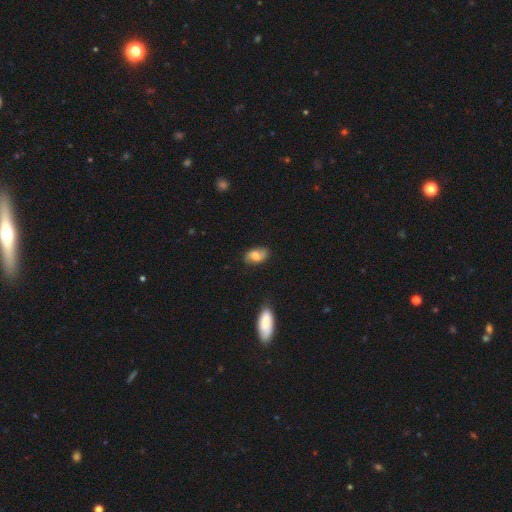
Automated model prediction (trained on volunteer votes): A smooth galaxy with no disk features (49%).

Vote fractions:
- Smooth or featured? smooth: 49% / featured or disk: 43% / star or artifact: 8%
- Merging? none: 78% / minor disturbance: 17% / major disturbance: 4% / merger: 2%